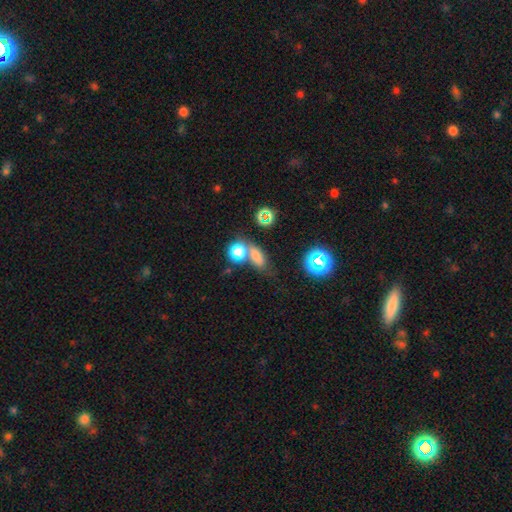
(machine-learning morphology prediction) Smooth or featured? Predicted: smooth (p=0.68). How rounded? Predicted: in between (p=0.60). Merging? Predicted: none (p=0.45).